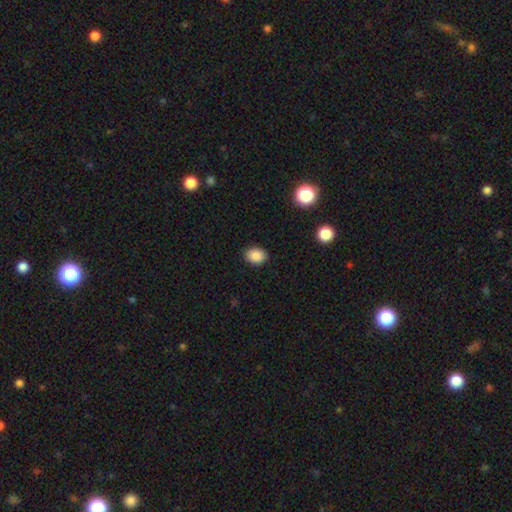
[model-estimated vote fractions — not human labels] The model was most divided on "how rounded": in between: 63%, round: 36%, cigar-shaped: 1%. More confident: merging — none (88%); smooth or featured — smooth (87%).